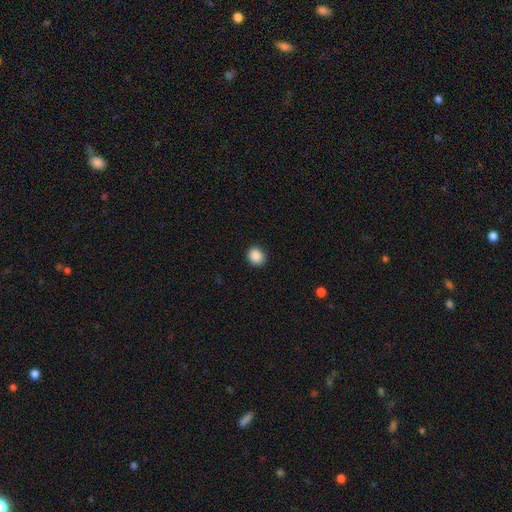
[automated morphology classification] smooth_or_featured: smooth (p=0.89) [alt: star or artifact p=0.09]
how_rounded: round (p=0.75) [alt: in between p=0.24]
merging: none (p=0.89) [alt: minor disturbance p=0.08]